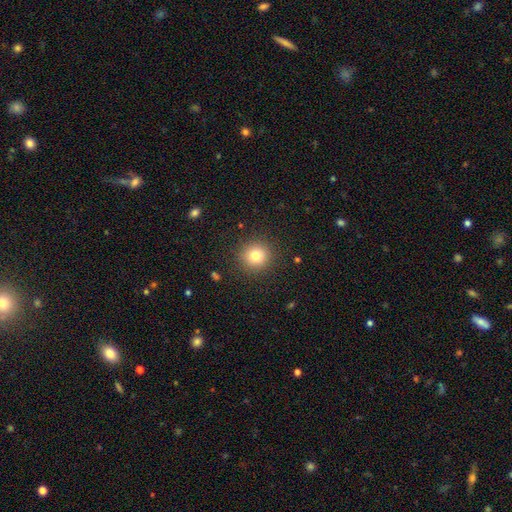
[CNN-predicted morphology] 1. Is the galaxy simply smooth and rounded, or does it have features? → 79% smooth, 12% star or artifact, 8% featured or disk.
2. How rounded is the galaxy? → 93% round, 6% in between, 1% cigar-shaped.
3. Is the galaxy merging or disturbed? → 90% none, 6% minor disturbance, 3% major disturbance, 1% merger.